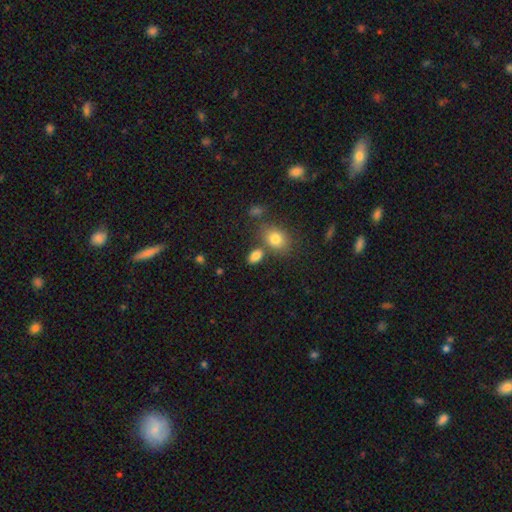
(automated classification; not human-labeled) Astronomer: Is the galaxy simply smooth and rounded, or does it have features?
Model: smooth — 83%.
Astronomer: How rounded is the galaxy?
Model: in between — 85%.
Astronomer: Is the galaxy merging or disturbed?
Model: none — 66%.